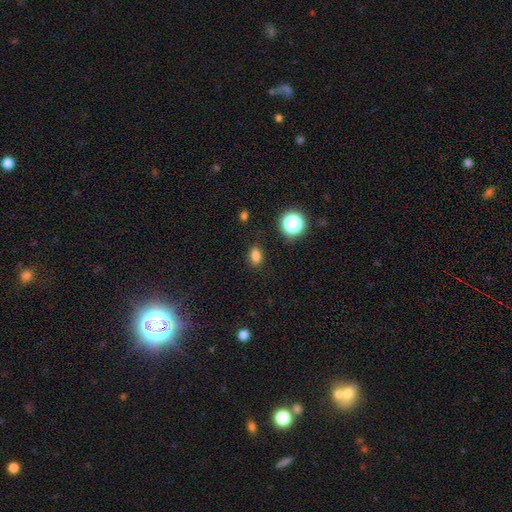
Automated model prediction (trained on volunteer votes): Smooth or featured: smooth — 79% (star or artifact — 16%)
How rounded: in between — 77% (round — 21%)
Merging: none — 84% (minor disturbance — 11%)